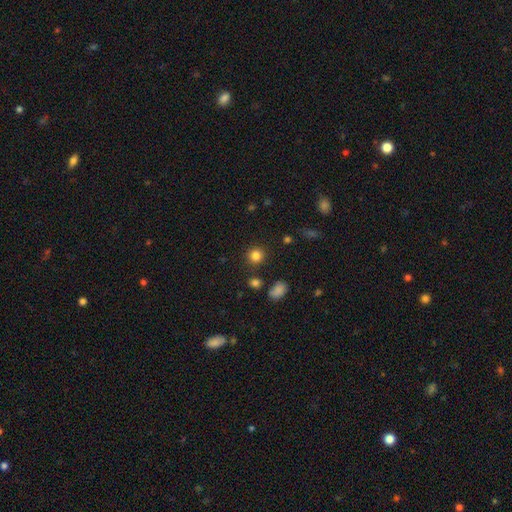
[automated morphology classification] type=smooth (83%); roundness=round (90%); merging=none (88%).